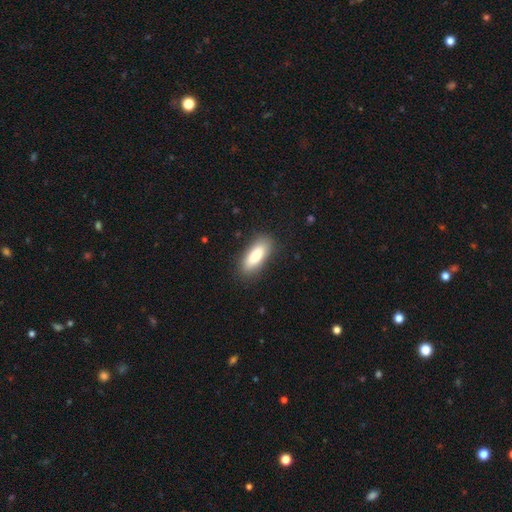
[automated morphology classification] A smooth galaxy with no disk features (80%) that is in between round and cigar-shaped (72%). Merging: none (86%).